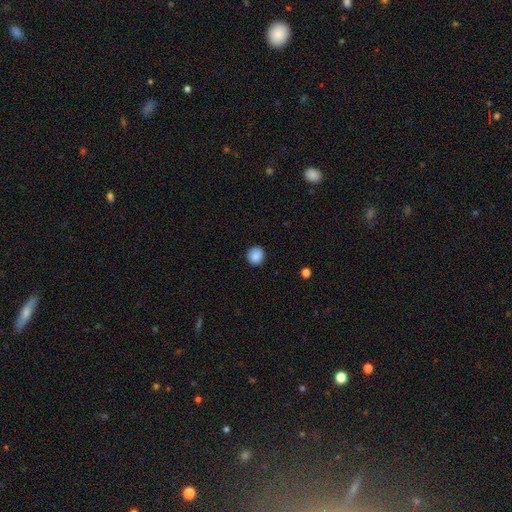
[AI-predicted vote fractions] Smooth or featured? smooth (88%)
How rounded? round (91%)
Merging? none (90%)